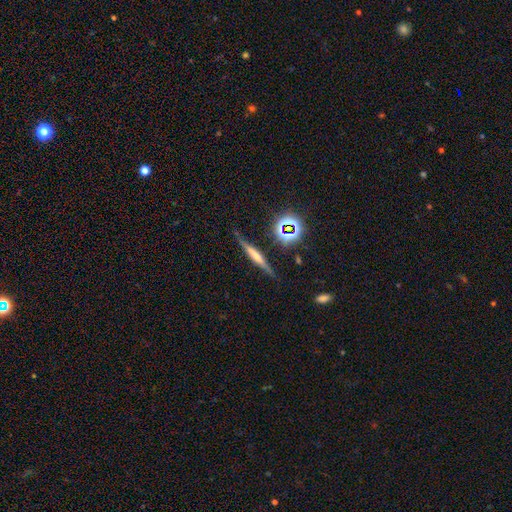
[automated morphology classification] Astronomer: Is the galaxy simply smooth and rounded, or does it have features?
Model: featured or disk — 48% (runner-up: smooth, 36%).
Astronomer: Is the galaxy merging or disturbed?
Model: none — 82%.